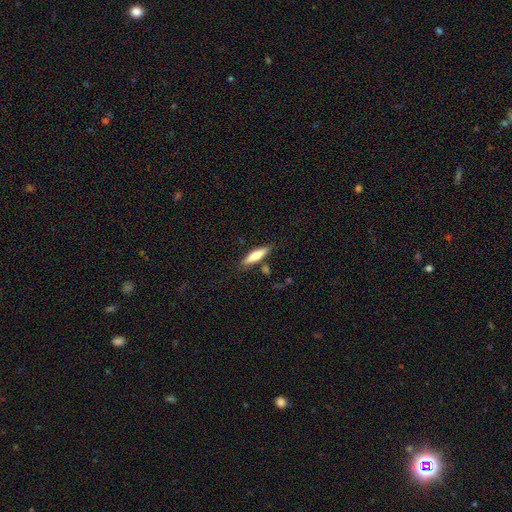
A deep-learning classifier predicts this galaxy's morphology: The model was most divided on "smooth or featured": smooth: 68%, featured or disk: 26%, star or artifact: 6%. More confident: merging — none (76%); how rounded — cigar-shaped (74%).